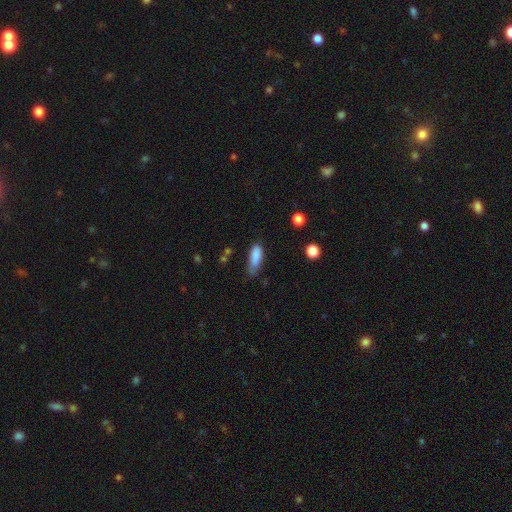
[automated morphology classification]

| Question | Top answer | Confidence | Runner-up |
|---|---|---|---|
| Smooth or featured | smooth | 85% | star or artifact (8%) |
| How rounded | in between | 69% | cigar-shaped (29%) |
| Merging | none | 47% | minor disturbance (39%) |